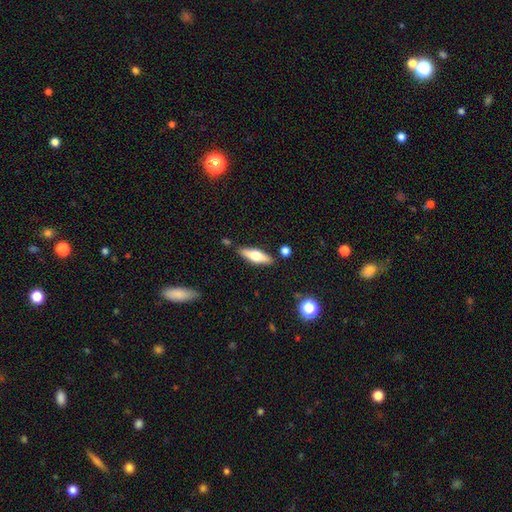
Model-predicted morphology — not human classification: smooth 51%, featured or disk 43%, star or artifact 6%. Down the decision tree: how rounded — cigar-shaped (53%); merging — none (84%).